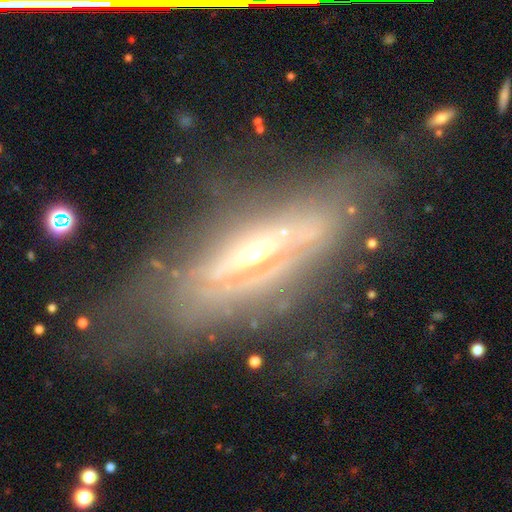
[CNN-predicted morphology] Smooth or featured?
  - featured or disk: 75% *
  - smooth: 17%
  - star or artifact: 7%
Edge-on disk?
  - yes: 61% *
  - no: 39%
Merging?
  - none: 49% *
  - major disturbance: 25%
  - minor disturbance: 23%
  - merger: 3%